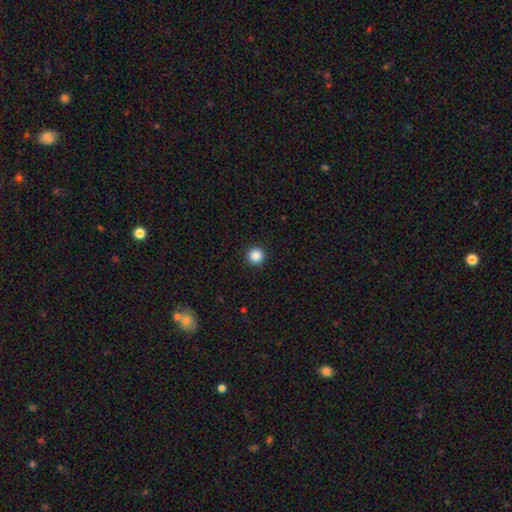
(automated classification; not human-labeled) Smooth or featured: smooth — 86% (star or artifact — 10%)
How rounded: round — 96% (in between — 3%)
Merging: none — 94% (minor disturbance — 4%)